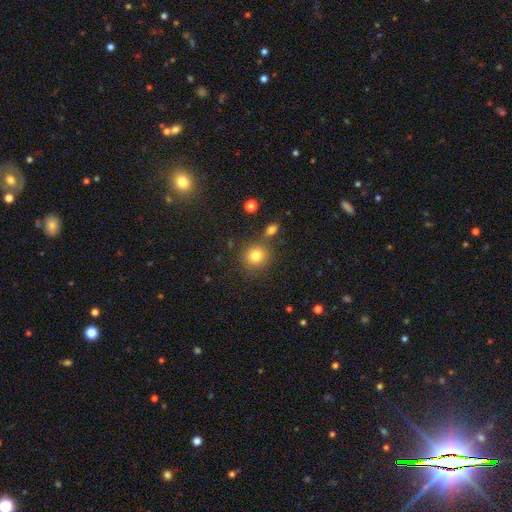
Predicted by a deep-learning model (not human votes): A smooth galaxy with no disk features (81%) that is round (88%). Merging: none (76%).